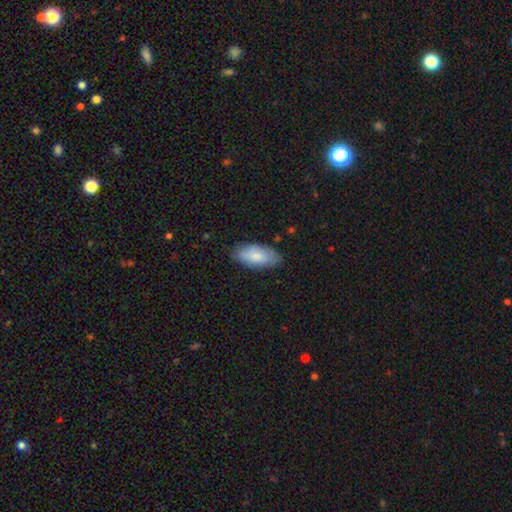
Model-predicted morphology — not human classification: Smooth or featured?
  - smooth: 82% *
  - featured or disk: 12%
  - star or artifact: 6%
How rounded?
  - in between: 90% *
  - cigar-shaped: 8%
  - round: 2%
Merging?
  - none: 80% *
  - minor disturbance: 16%
  - major disturbance: 3%
  - merger: 1%